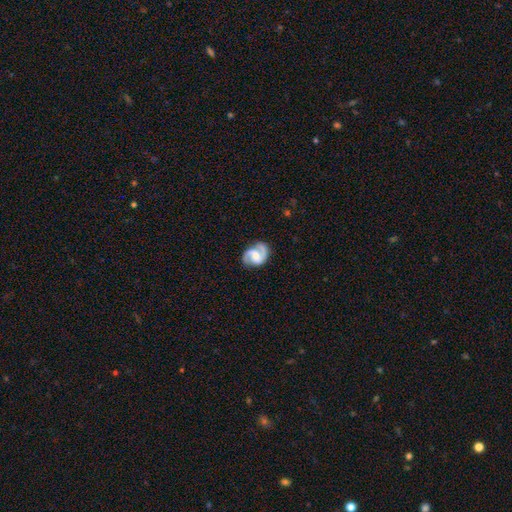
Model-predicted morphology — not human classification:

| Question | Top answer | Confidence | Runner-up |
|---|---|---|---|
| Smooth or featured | featured or disk | 89% | smooth (7%) |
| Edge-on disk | no | 98% | yes (2%) |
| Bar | weak | 46% | no (40%) |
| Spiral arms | yes | 98% | no (2%) |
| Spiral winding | medium | 57% | tight (24%) |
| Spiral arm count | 2 | 92% | 1 (2%) |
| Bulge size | moderate | 48% | small (37%) |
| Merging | none | 80% | minor disturbance (14%) |